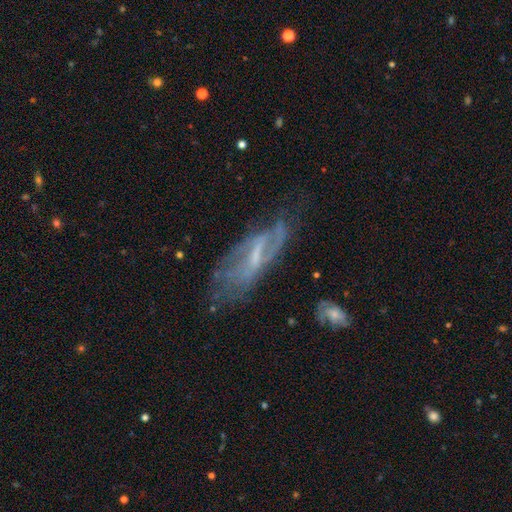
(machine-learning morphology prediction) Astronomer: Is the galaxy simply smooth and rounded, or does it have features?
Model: featured or disk — 70%.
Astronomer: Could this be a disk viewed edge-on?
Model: no — 77%.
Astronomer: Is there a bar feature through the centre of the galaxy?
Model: weak — 41% (runner-up: strong, 32%).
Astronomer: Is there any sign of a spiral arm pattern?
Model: yes — 67%.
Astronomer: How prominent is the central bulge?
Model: small — 43% (runner-up: none, 26%).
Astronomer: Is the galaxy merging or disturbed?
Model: none — 53%.